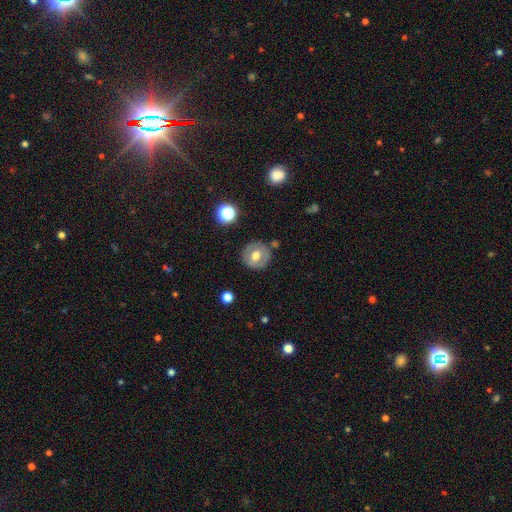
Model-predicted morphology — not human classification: The model was most divided on "smooth or featured": smooth: 55%, featured or disk: 36%, star or artifact: 9%. More confident: how rounded — round (88%); merging — none (82%).